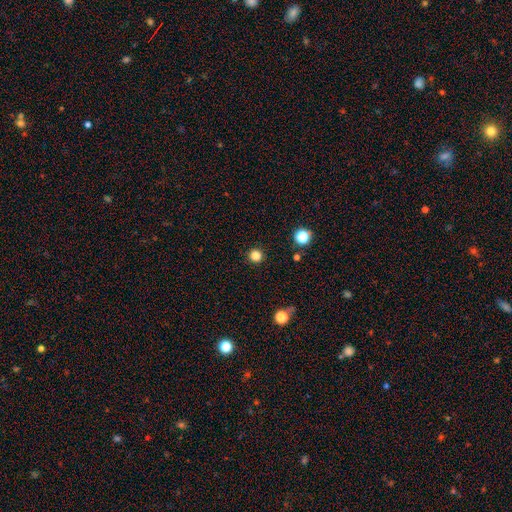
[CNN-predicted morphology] Smooth or featured?
  - smooth: 83% *
  - star or artifact: 14%
  - featured or disk: 3%
How rounded?
  - round: 95% *
  - in between: 4%
  - cigar-shaped: 1%
Merging?
  - none: 92% *
  - minor disturbance: 4%
  - major disturbance: 2%
  - merger: 1%